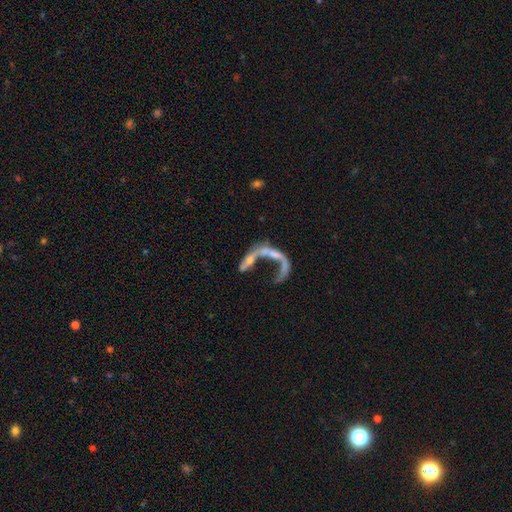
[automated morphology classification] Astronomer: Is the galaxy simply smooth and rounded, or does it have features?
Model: featured or disk — 64%.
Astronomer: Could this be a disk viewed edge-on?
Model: no — 88%.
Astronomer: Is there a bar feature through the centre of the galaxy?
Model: no — 76%.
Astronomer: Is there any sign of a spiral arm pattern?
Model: no — 66%.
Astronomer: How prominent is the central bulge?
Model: none — 51% (runner-up: small, 32%).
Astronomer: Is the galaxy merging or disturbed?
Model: merger — 42% (runner-up: major disturbance, 30%).